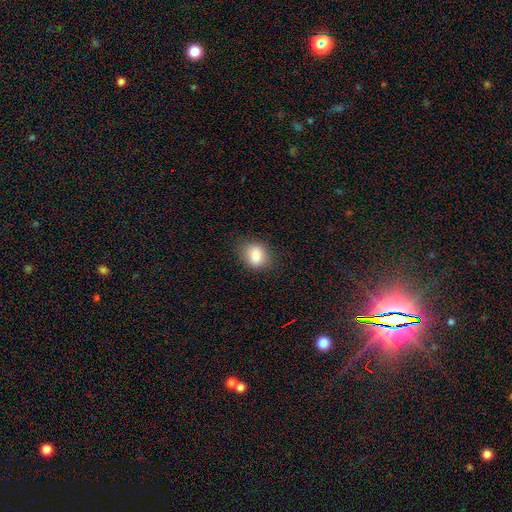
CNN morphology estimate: Smooth or featured?
  - smooth: 85% *
  - star or artifact: 9%
  - featured or disk: 7%
How rounded?
  - in between: 54% *
  - round: 45%
  - cigar-shaped: 1%
Merging?
  - none: 80% *
  - minor disturbance: 15%
  - major disturbance: 4%
  - merger: 1%